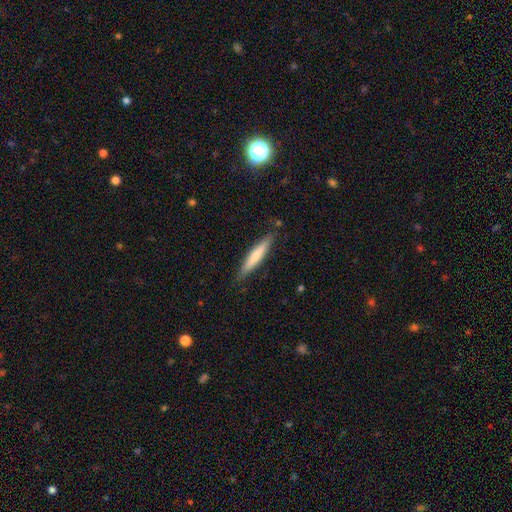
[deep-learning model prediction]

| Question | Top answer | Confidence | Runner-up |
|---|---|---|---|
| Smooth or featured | smooth | 66% | featured or disk (29%) |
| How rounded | cigar-shaped | 92% | in between (7%) |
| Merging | none | 86% | minor disturbance (11%) |